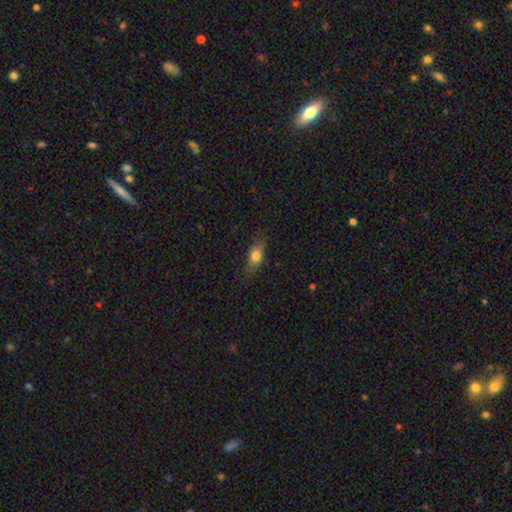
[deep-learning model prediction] smooth 77%, featured or disk 14%, star or artifact 9%. Down the decision tree: how rounded — in between (79%); merging — none (75%).